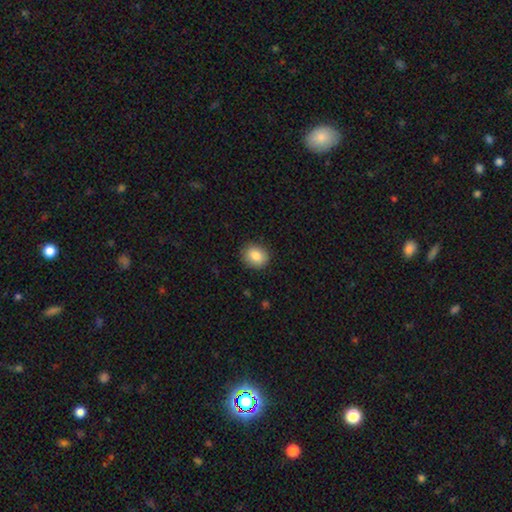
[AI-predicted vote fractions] Smooth or featured: smooth — 85% (star or artifact — 9%)
How rounded: round — 65% (in between — 34%)
Merging: none — 88% (minor disturbance — 8%)